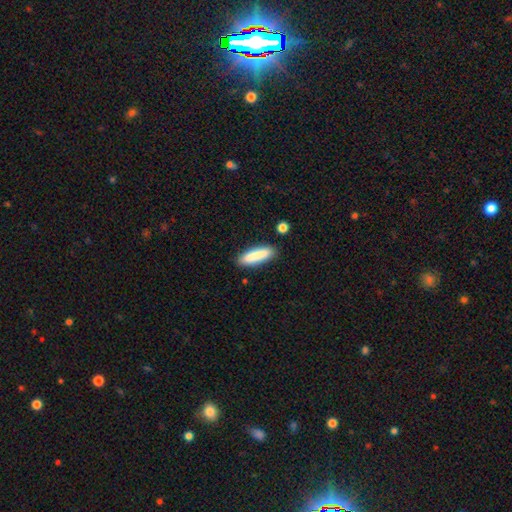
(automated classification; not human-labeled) Q: Smooth or featured?
A: smooth (85%); runner-up: featured or disk (9%)
Q: How rounded?
A: cigar-shaped (64%); runner-up: in between (35%)
Q: Merging?
A: none (85%); runner-up: minor disturbance (10%)